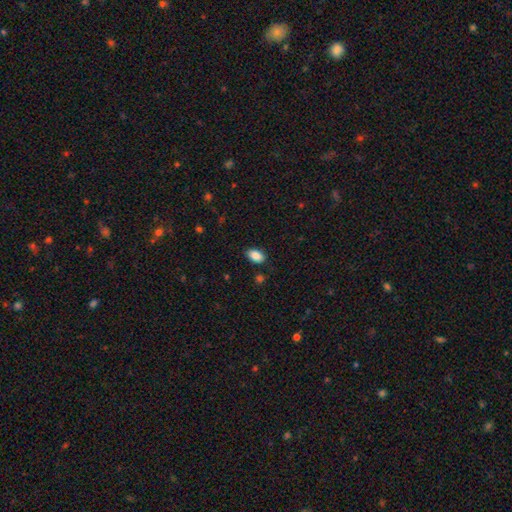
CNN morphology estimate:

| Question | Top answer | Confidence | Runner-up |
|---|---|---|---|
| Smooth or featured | smooth | 88% | star or artifact (8%) |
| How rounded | in between | 91% | round (8%) |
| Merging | none | 84% | minor disturbance (12%) |